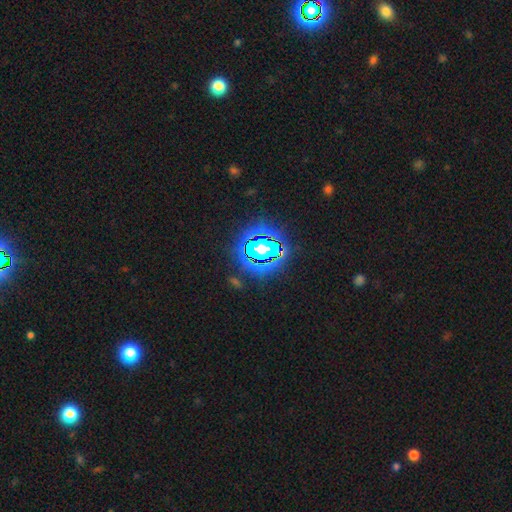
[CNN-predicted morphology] Overall: star or artifact (69%).